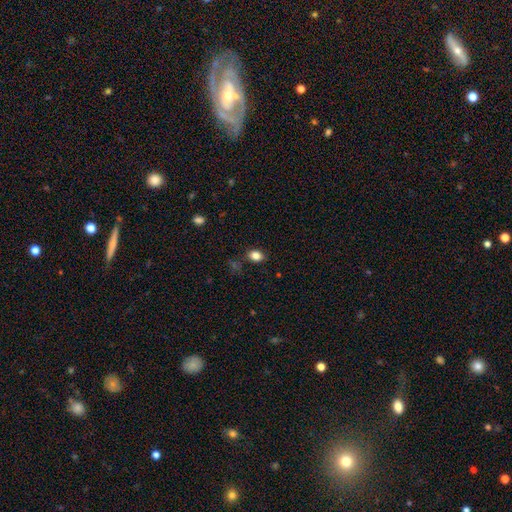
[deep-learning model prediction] Morphology: type=smooth (84%); roundness=in between (67%); merging=none (82%).